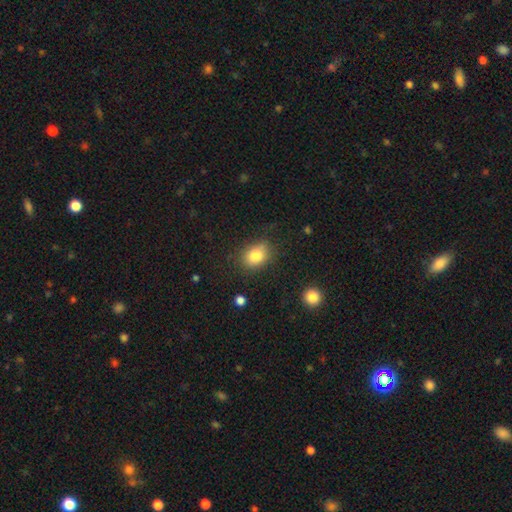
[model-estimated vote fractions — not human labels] Smooth or featured?
  - smooth: 82% *
  - star or artifact: 10%
  - featured or disk: 9%
How rounded?
  - in between: 63% *
  - round: 35%
  - cigar-shaped: 1%
Merging?
  - none: 78% *
  - minor disturbance: 16%
  - major disturbance: 5%
  - merger: 2%